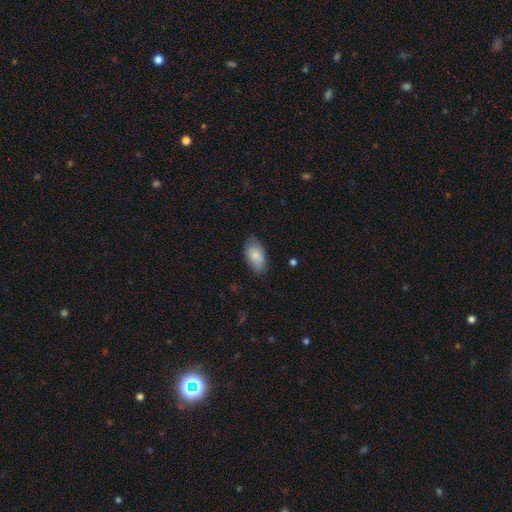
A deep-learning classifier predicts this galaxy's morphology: smooth-or-featured: smooth: 85% | featured or disk: 9% | star or artifact: 6%
  how-rounded: in between: 94% | round: 4% | cigar-shaped: 3%
  merging: none: 74% | minor disturbance: 21% | major disturbance: 4% | merger: 1%